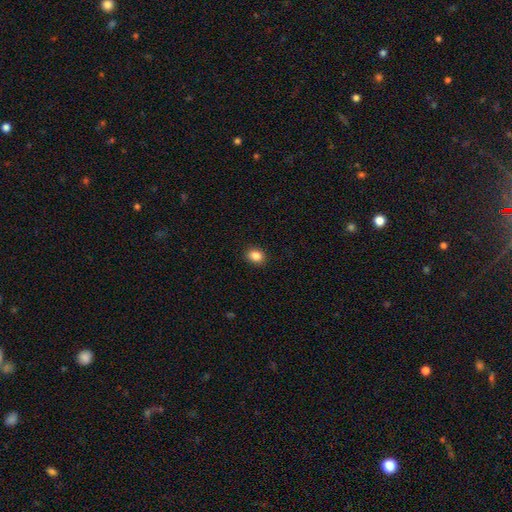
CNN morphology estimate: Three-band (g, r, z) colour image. It shows a smooth galaxy with no disk features (87%) that is round (50%). Merging: none (90%).